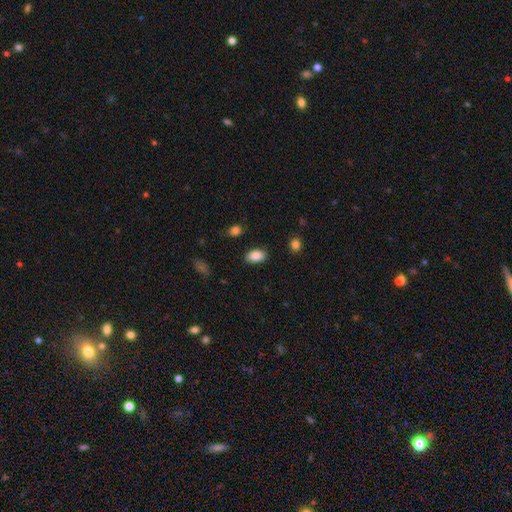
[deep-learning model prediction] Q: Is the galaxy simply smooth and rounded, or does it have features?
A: smooth — 88%.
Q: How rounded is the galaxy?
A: in between — 90%.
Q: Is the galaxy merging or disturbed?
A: none — 85%.